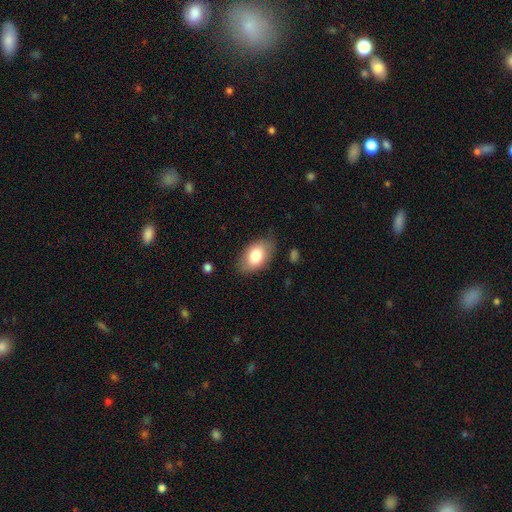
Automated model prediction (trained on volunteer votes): A smooth galaxy with no disk features (81%) that is in between round and cigar-shaped (91%).

Vote fractions:
- Smooth or featured? smooth: 81% / featured or disk: 12% / star or artifact: 7%
- How rounded? in between: 91% / round: 8% / cigar-shaped: 1%
- Merging? none: 77% / minor disturbance: 17% / major disturbance: 4% / merger: 2%